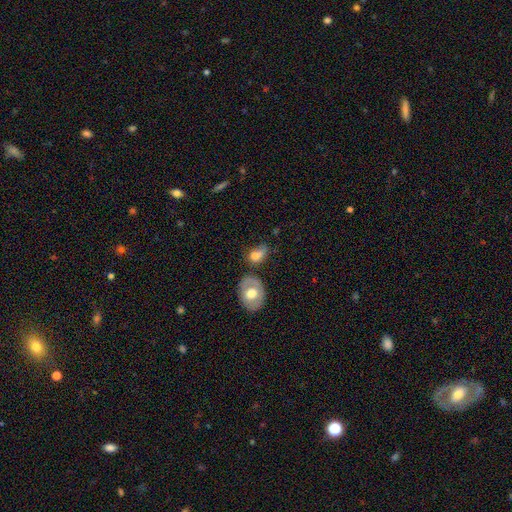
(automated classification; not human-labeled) A smooth galaxy with no disk features (67%) that is in between round and cigar-shaped (75%). Merging: none (39%).